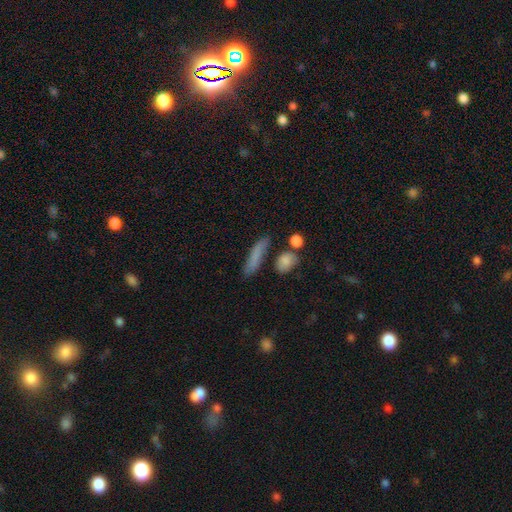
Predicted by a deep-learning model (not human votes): smooth-or-featured: smooth: 74% | featured or disk: 17% | star or artifact: 9%
  how-rounded: cigar-shaped: 75% | in between: 20% | round: 6%
  merging: none: 73% | minor disturbance: 15% | merger: 7% | major disturbance: 5%